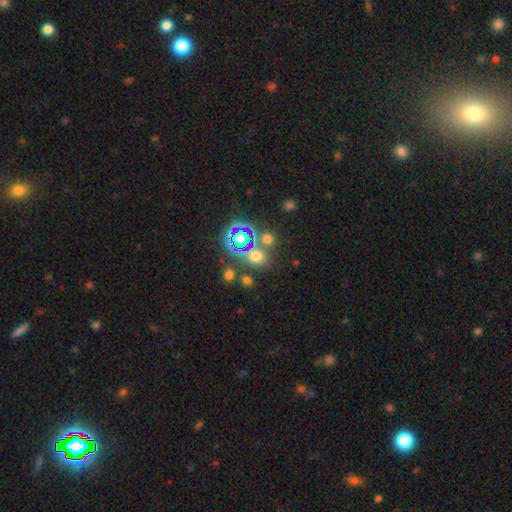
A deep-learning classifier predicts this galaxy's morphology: Smooth or featured?
  - smooth: 59% *
  - star or artifact: 32%
  - featured or disk: 9%
How rounded?
  - round: 68% *
  - in between: 30%
  - cigar-shaped: 1%
Merging?
  - none: 67% *
  - merger: 19%
  - minor disturbance: 10%
  - major disturbance: 5%